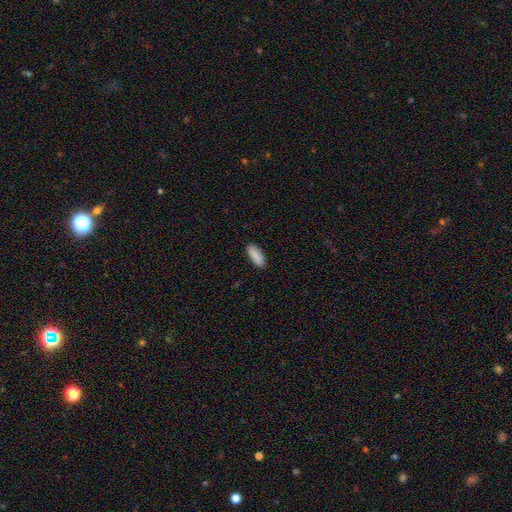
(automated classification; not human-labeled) smooth 90%, star or artifact 6%, featured or disk 4%. Down the decision tree: how rounded — in between (71%); merging — none (89%).